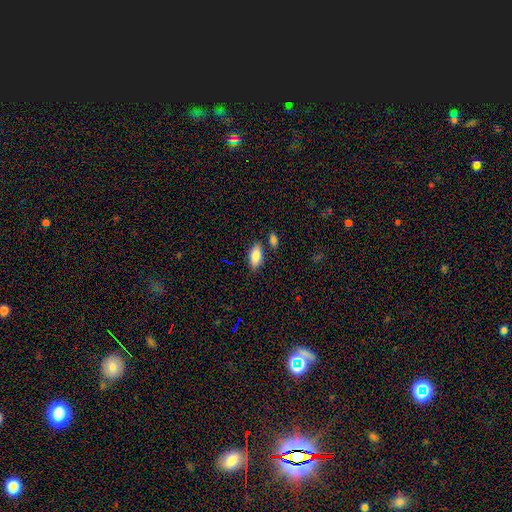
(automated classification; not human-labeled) Smooth or featured? smooth (85%)
How rounded? in between (90%)
Merging? none (80%)